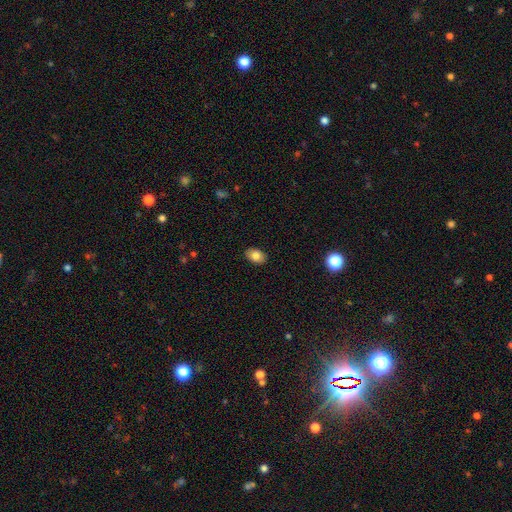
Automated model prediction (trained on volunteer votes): Smooth or featured? smooth (82%)
How rounded? in between (84%)
Merging? none (89%)